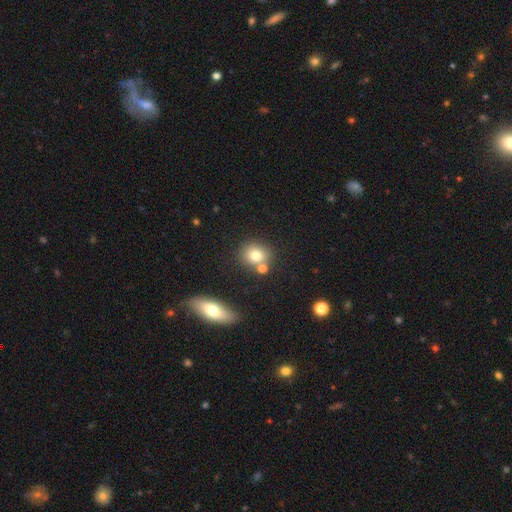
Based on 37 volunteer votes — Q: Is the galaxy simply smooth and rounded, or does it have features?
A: smooth — 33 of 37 (89%).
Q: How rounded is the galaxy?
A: round — 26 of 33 (79%).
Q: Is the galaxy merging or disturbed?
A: none — 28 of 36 (78%).